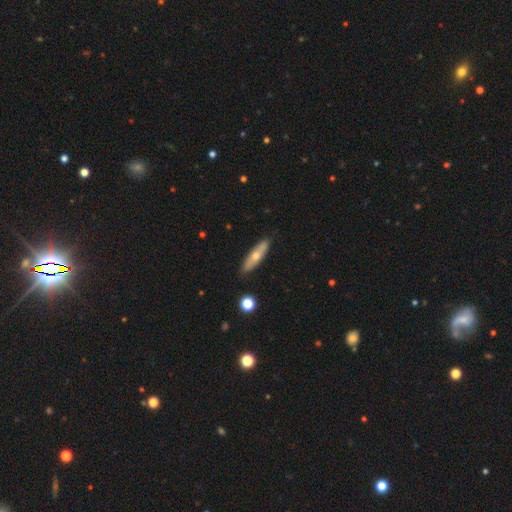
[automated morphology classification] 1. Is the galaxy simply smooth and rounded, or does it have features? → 49% smooth, 44% featured or disk, 7% star or artifact.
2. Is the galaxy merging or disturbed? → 88% none, 9% minor disturbance, 2% major disturbance, 1% merger.